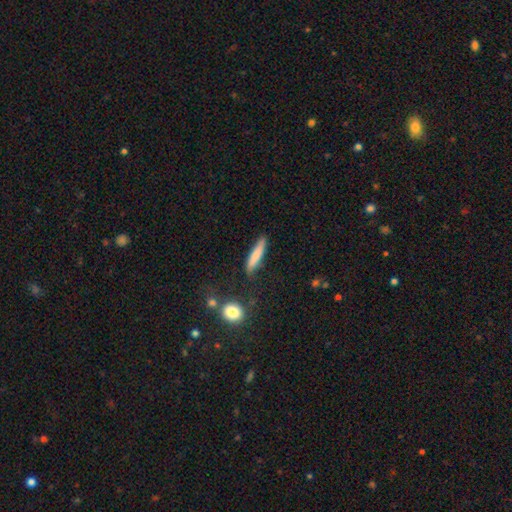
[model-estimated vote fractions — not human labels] smooth 76%, featured or disk 17%, star or artifact 6%. Down the decision tree: how rounded — cigar-shaped (88%); merging — none (79%).